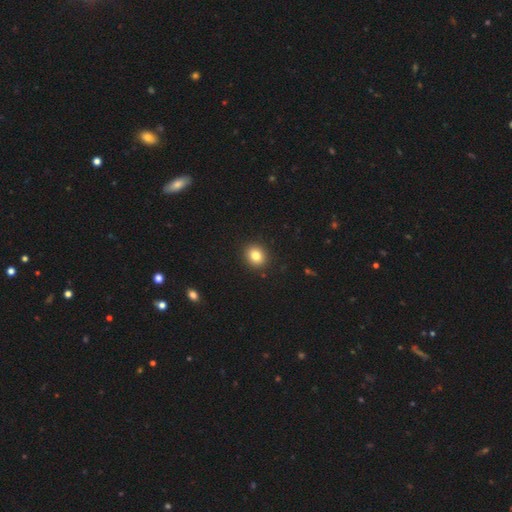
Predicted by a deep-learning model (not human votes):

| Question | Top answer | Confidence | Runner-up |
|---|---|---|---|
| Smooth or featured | smooth | 82% | star or artifact (11%) |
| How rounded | round | 70% | in between (30%) |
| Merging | none | 91% | minor disturbance (6%) |